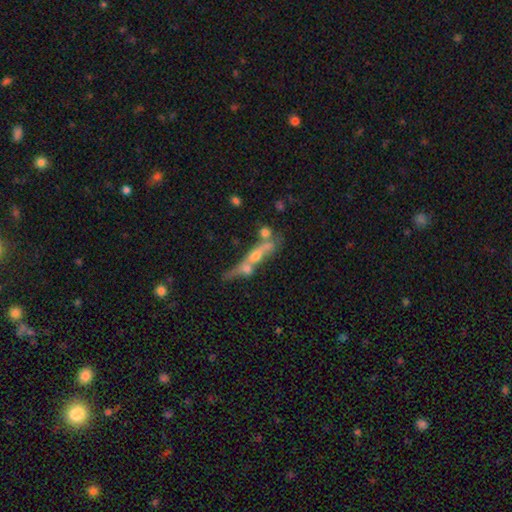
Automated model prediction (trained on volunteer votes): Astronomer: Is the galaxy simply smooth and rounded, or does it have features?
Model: featured or disk — 61%.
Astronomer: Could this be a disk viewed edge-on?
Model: yes — 67%.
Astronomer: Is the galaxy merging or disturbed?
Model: none — 42% (runner-up: merger, 32%).